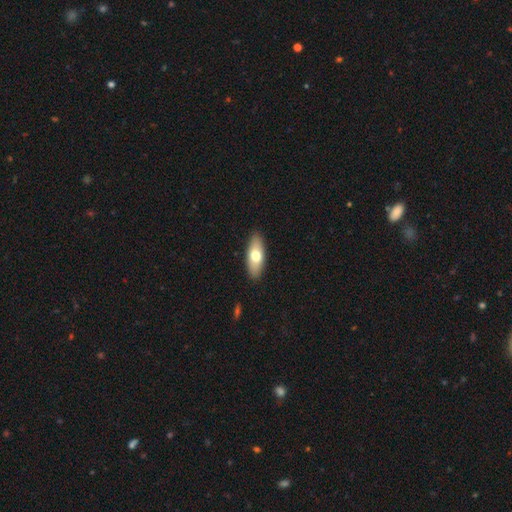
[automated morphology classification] type=smooth (68%); roundness=in between (76%); merging=none (89%).